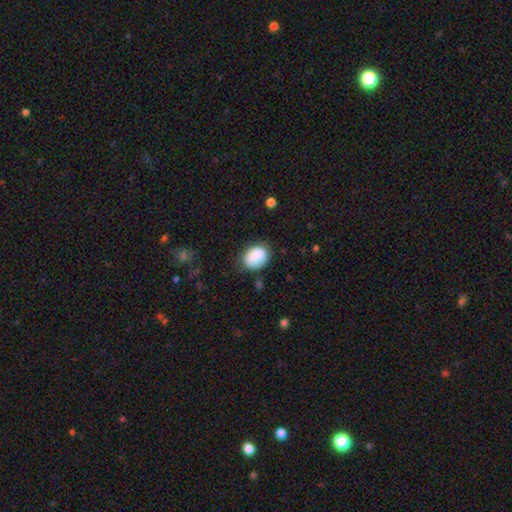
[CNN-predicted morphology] Overall: smooth (79%). How rounded: in between (56%; round 43%). Merging: none (67%).